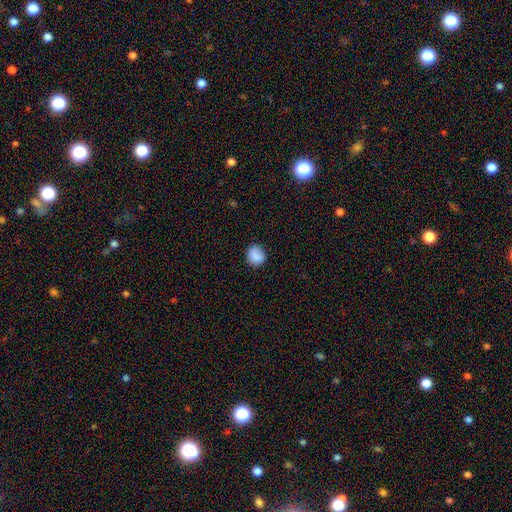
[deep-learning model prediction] The model was most divided on "how rounded": round: 75%, in between: 24%, cigar-shaped: 1%. More confident: smooth or featured — smooth (87%); merging — none (83%).